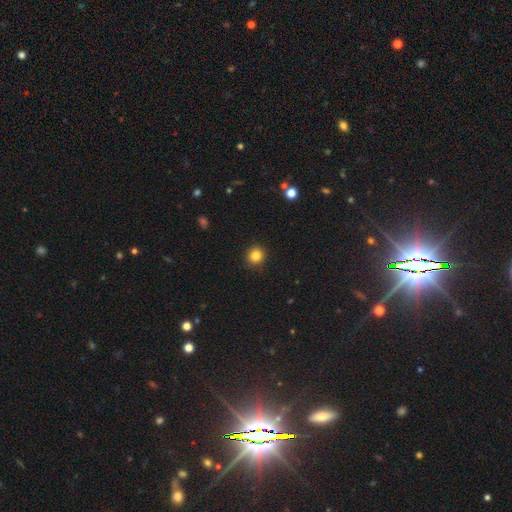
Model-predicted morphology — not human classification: Smooth or featured? Predicted: smooth (p=0.84). How rounded? Predicted: round (p=0.90). Merging? Predicted: none (p=0.91).